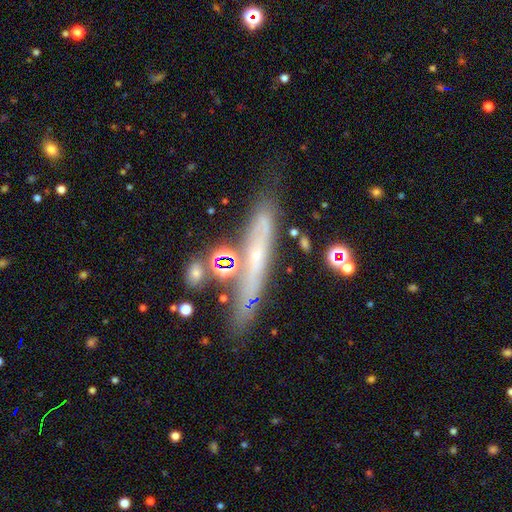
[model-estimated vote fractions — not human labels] Morphology: type=featured or disk (48%); merging=none (74%).